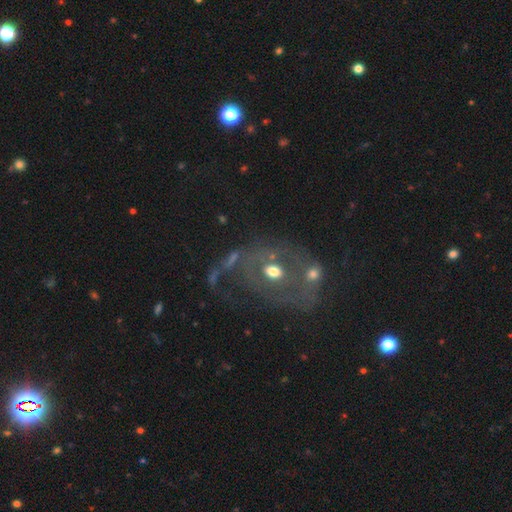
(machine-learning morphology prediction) A featured or disk galaxy (61%) with no bar (78%), spiral arms (57%) and a moderate central bulge (55%). Merging: none (36%).